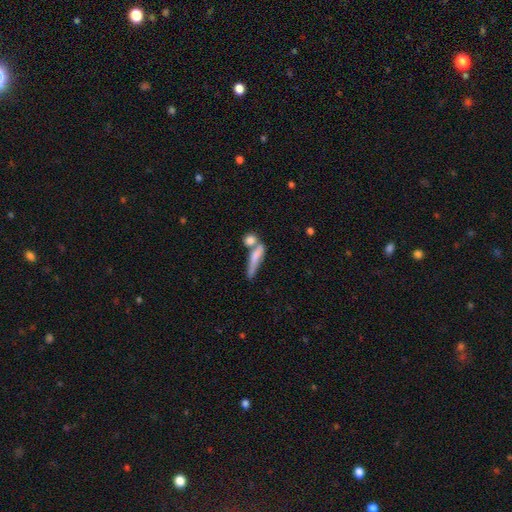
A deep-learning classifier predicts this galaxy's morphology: Smooth or featured: smooth — 65% (featured or disk — 26%)
How rounded: cigar-shaped — 68% (in between — 23%)
Merging: merger — 39% (none — 35%)